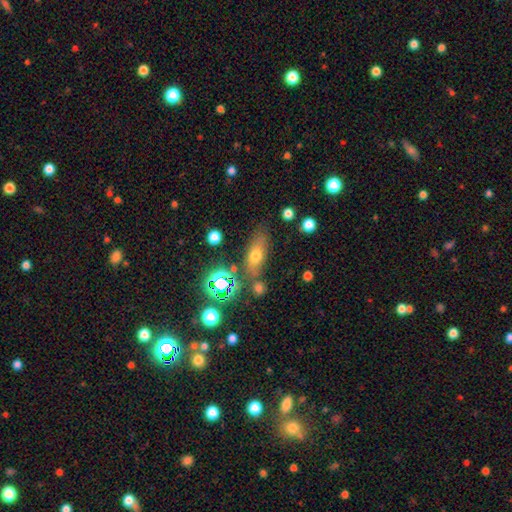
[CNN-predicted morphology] Smooth or featured? Predicted: smooth (p=0.62). How rounded? Predicted: in between (p=0.61). Merging? Predicted: none (p=0.70).